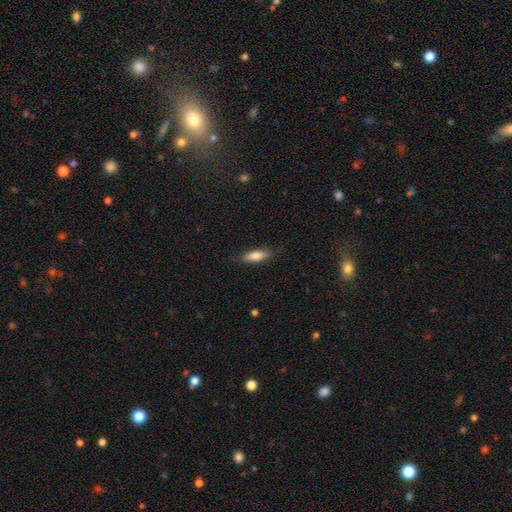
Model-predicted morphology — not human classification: smooth_or_featured: smooth (p=0.81) [alt: featured or disk p=0.13]
how_rounded: in between (p=0.57) [alt: cigar-shaped p=0.40]
merging: none (p=0.82) [alt: minor disturbance p=0.14]